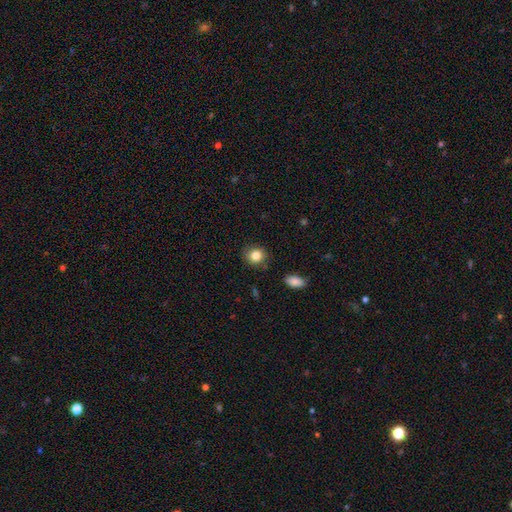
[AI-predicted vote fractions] This is clearly a smooth galaxy (83%). How rounded: likely round (77%). Merging: clearly none (83%).